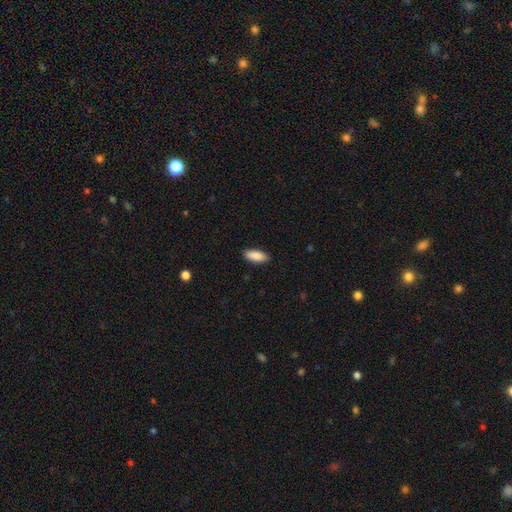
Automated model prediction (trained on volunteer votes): This is clearly a smooth galaxy (89%). How rounded: likely in between (79%). Merging: clearly none (89%).